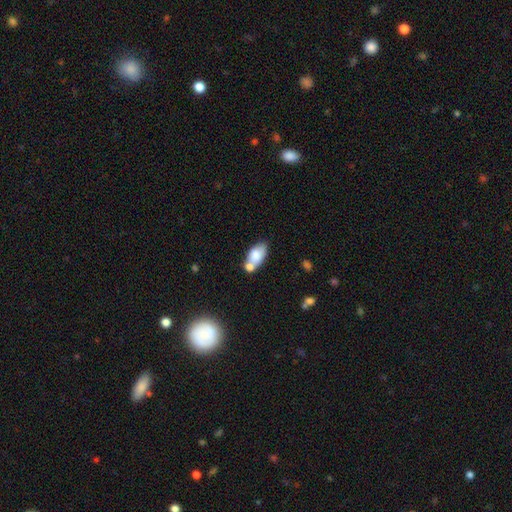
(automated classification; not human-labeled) Overall: smooth (75%). How rounded: in between (90%). Merging: none (43%; merger 36%).